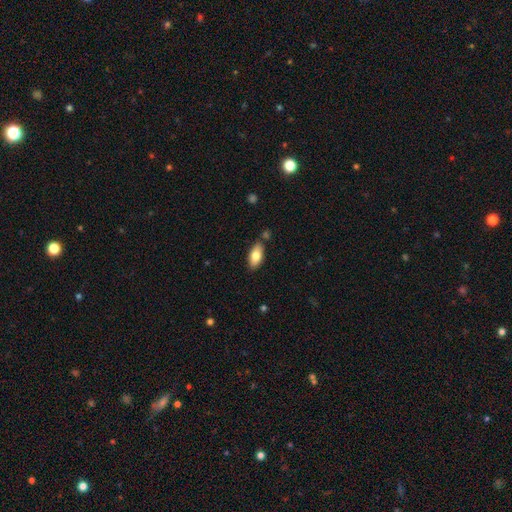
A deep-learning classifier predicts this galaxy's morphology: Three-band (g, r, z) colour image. It shows a smooth galaxy with no disk features (80%) that is in between round and cigar-shaped (89%). Merging: none (81%).